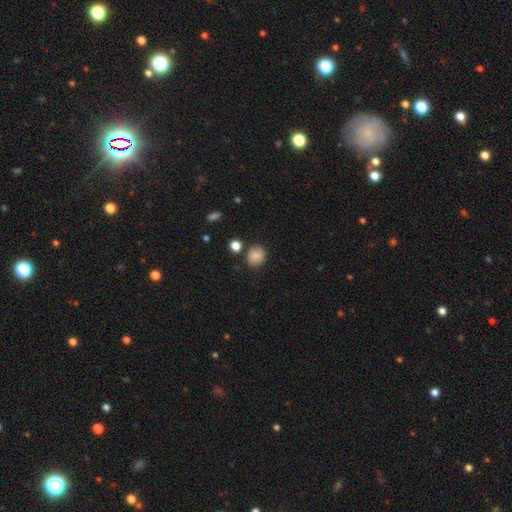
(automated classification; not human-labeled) This appears to be a smooth galaxy with no disk features (85%) that is round (80%). Merging: none (82%).